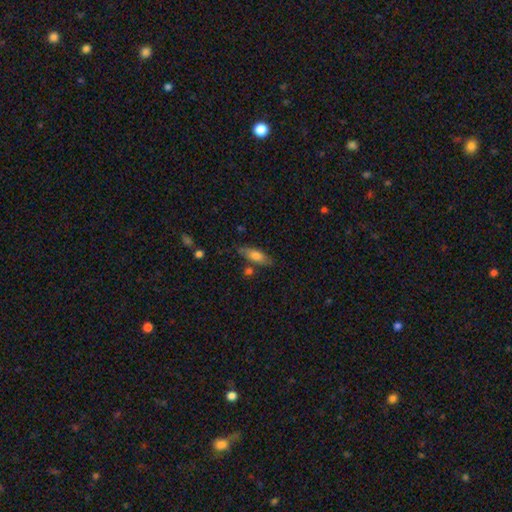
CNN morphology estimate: Smooth or featured?
  - smooth: 70% *
  - featured or disk: 23%
  - star or artifact: 7%
How rounded?
  - in between: 55% *
  - cigar-shaped: 42%
  - round: 3%
Merging?
  - none: 73% *
  - minor disturbance: 16%
  - merger: 7%
  - major disturbance: 4%